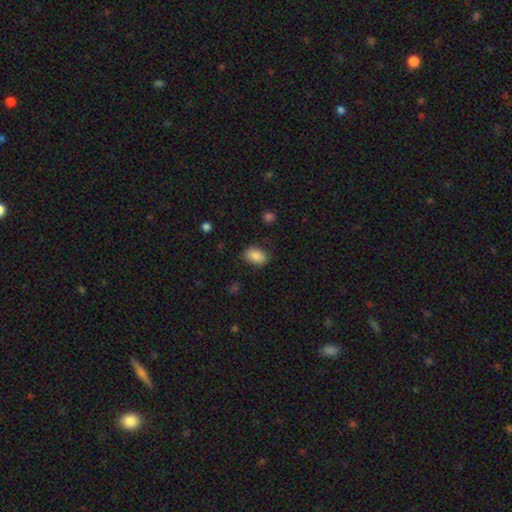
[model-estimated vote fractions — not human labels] Smooth or featured?
  - smooth: 86% *
  - star or artifact: 8%
  - featured or disk: 6%
How rounded?
  - in between: 85% *
  - round: 14%
  - cigar-shaped: 1%
Merging?
  - none: 81% *
  - minor disturbance: 14%
  - major disturbance: 4%
  - merger: 1%